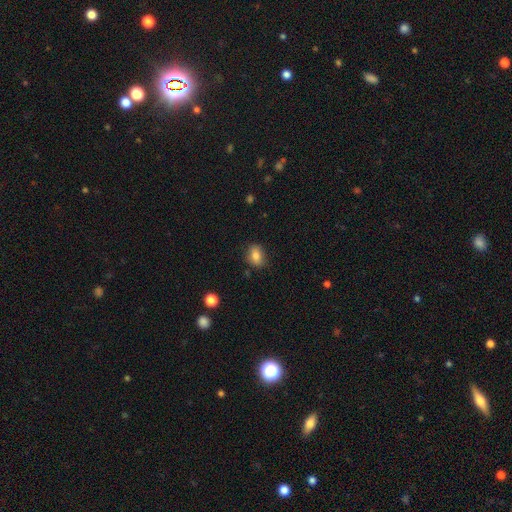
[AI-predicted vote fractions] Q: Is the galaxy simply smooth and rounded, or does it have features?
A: smooth — 82%.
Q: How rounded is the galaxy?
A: in between — 68%.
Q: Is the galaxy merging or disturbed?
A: none — 82%.